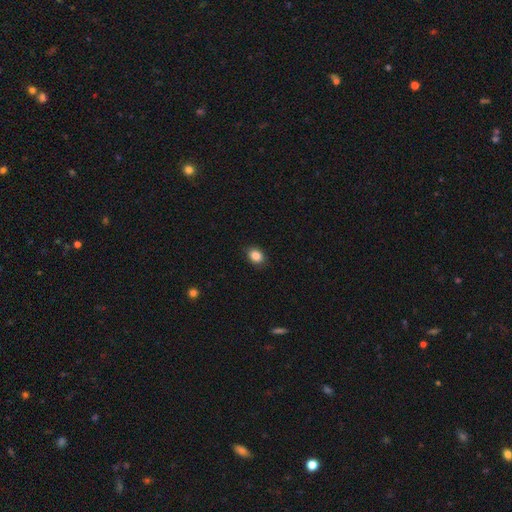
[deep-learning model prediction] smooth 87%, star or artifact 9%, featured or disk 4%. Down the decision tree: how rounded — in between (63%); merging — none (87%).